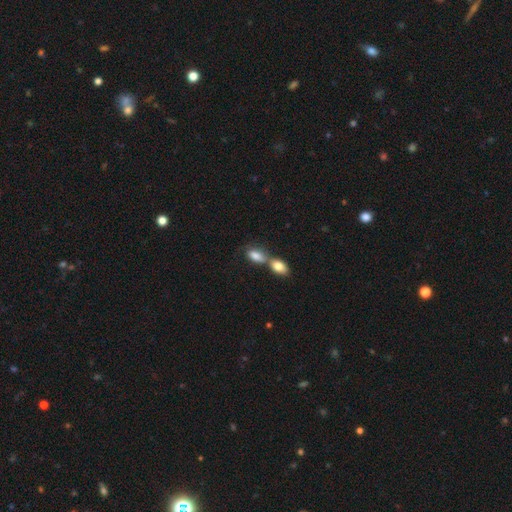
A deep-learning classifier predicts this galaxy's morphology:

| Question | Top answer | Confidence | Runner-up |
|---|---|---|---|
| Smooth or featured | smooth | 81% | featured or disk (11%) |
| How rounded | in between | 89% | round (7%) |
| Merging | merger | 60% | none (27%) |